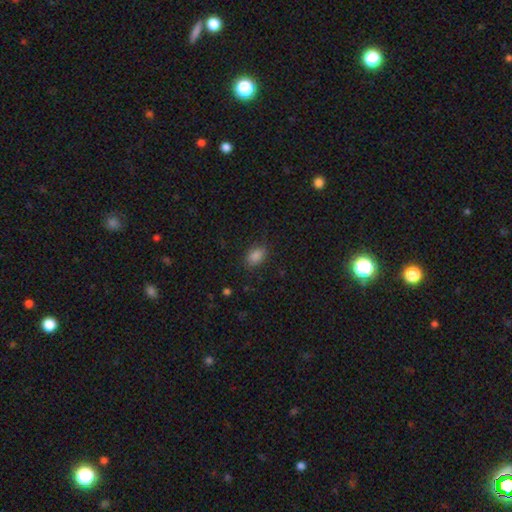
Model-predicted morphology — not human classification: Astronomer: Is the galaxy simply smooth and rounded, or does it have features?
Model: smooth — 85%.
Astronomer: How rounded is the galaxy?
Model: in between — 83%.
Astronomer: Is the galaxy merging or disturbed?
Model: none — 85%.